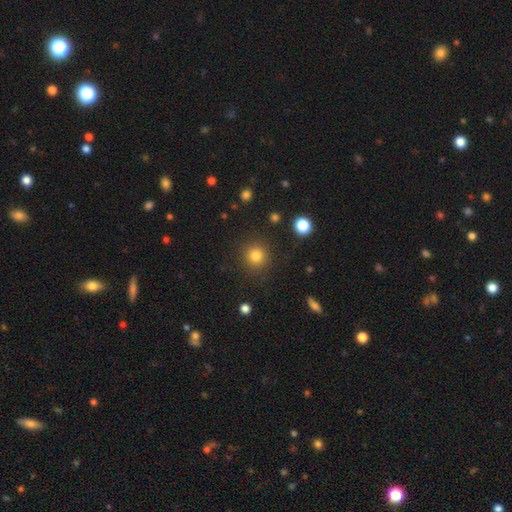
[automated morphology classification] A smooth galaxy with no disk features (82%) that is round (92%). Merging: none (87%).